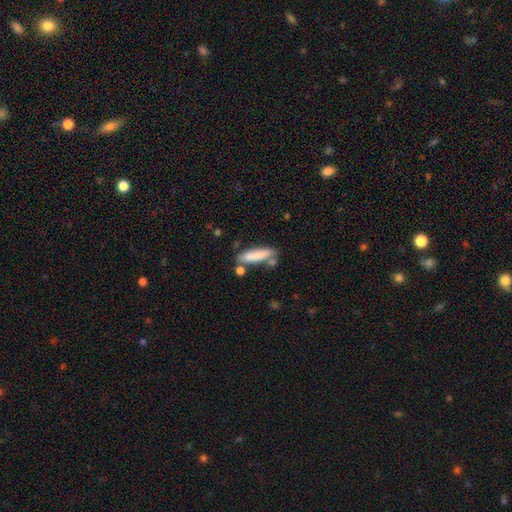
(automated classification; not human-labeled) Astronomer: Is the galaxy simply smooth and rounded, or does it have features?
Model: smooth — 80%.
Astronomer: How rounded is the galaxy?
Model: cigar-shaped — 67%.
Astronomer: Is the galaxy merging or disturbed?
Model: none — 61%.